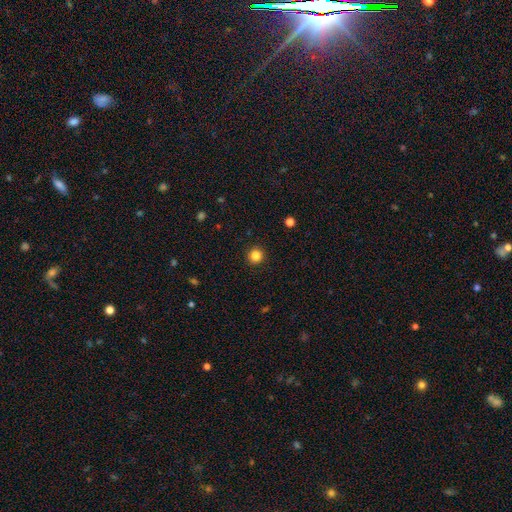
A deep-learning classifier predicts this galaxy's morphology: A smooth galaxy with no disk features (84%) that is round (93%).

Vote fractions:
- Smooth or featured? smooth: 84% / star or artifact: 12% / featured or disk: 4%
- How rounded? round: 93% / in between: 6% / cigar-shaped: 1%
- Merging? none: 92% / minor disturbance: 5% / major disturbance: 2% / merger: 1%